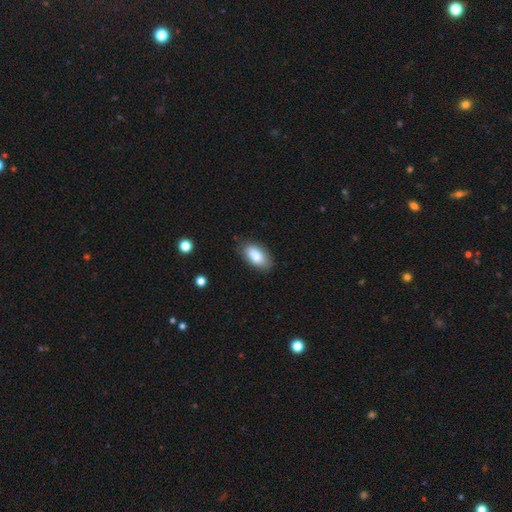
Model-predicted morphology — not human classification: Q: Smooth or featured?
A: smooth (86%); runner-up: featured or disk (7%)
Q: How rounded?
A: in between (93%); runner-up: cigar-shaped (4%)
Q: Merging?
A: none (82%); runner-up: minor disturbance (14%)